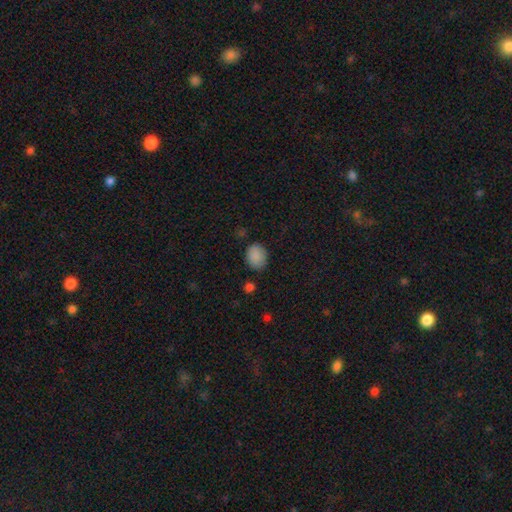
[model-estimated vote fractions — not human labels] The model was most divided on "how rounded": in between: 52%, round: 47%, cigar-shaped: 1%. More confident: smooth or featured — smooth (87%); merging — none (81%).